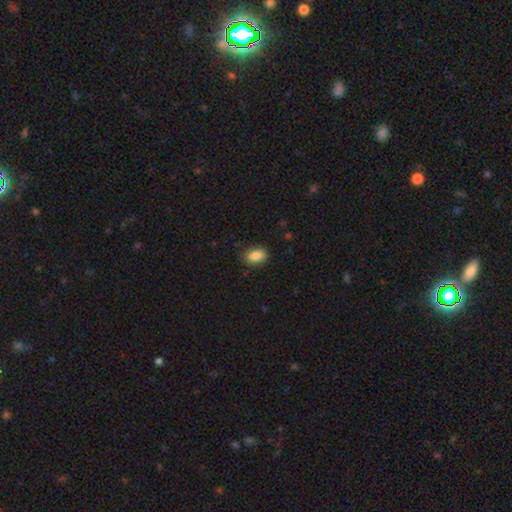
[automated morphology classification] Smooth or featured?
  - smooth: 86% *
  - star or artifact: 8%
  - featured or disk: 6%
How rounded?
  - in between: 86% *
  - round: 12%
  - cigar-shaped: 2%
Merging?
  - none: 85% *
  - minor disturbance: 11%
  - major disturbance: 2%
  - merger: 1%